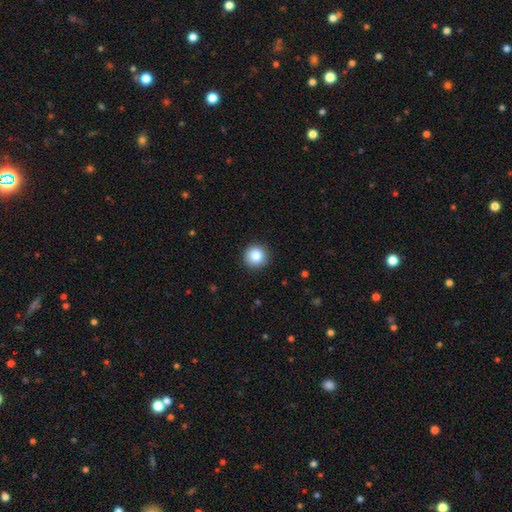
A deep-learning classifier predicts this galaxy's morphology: Smooth or featured: smooth — 85% (star or artifact — 9%)
How rounded: round — 95% (in between — 4%)
Merging: none — 91% (minor disturbance — 6%)